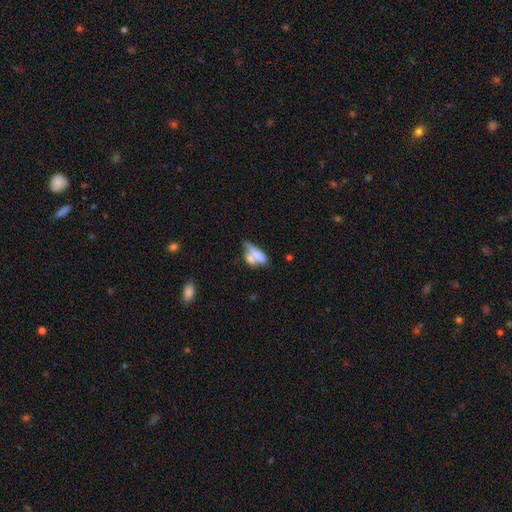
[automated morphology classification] A smooth galaxy with no disk features (65%) that is in between round and cigar-shaped (62%). Merging: merger (53%).